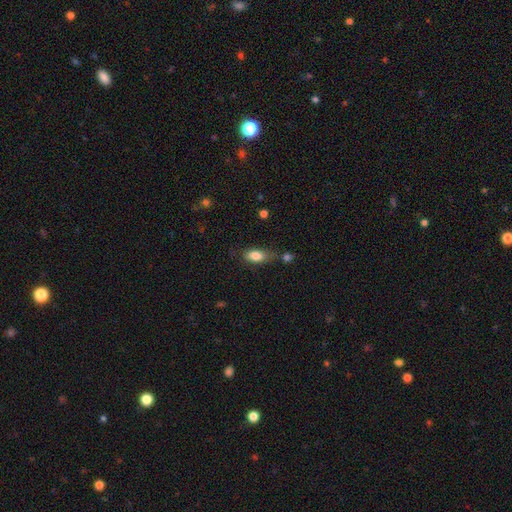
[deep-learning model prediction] Q: Smooth or featured?
A: smooth (83%); runner-up: featured or disk (9%)
Q: How rounded?
A: in between (86%); runner-up: cigar-shaped (9%)
Q: Merging?
A: none (59%); runner-up: minor disturbance (23%)